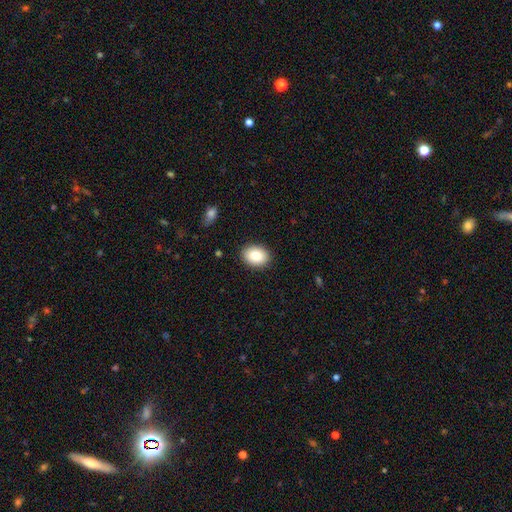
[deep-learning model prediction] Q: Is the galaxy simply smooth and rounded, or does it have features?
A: smooth — 85%.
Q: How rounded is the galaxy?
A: in between — 68%.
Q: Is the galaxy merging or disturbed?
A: none — 89%.